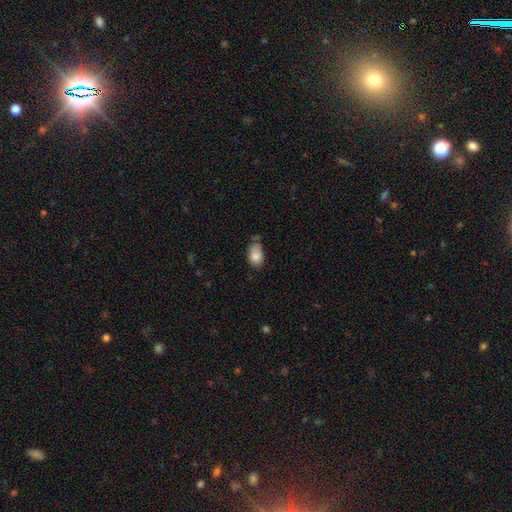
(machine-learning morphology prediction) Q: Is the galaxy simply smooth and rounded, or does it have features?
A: smooth — 85%.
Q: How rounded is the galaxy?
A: in between — 86%.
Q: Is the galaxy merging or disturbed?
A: none — 44%.